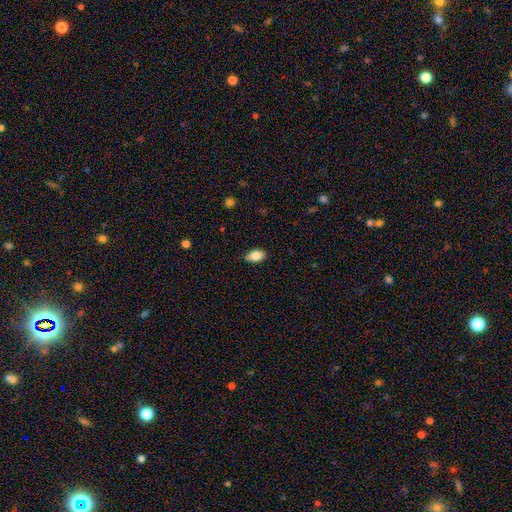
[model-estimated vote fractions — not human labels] Q: Smooth or featured?
A: smooth (84%); runner-up: featured or disk (8%)
Q: How rounded?
A: in between (90%); runner-up: round (8%)
Q: Merging?
A: none (75%); runner-up: minor disturbance (21%)